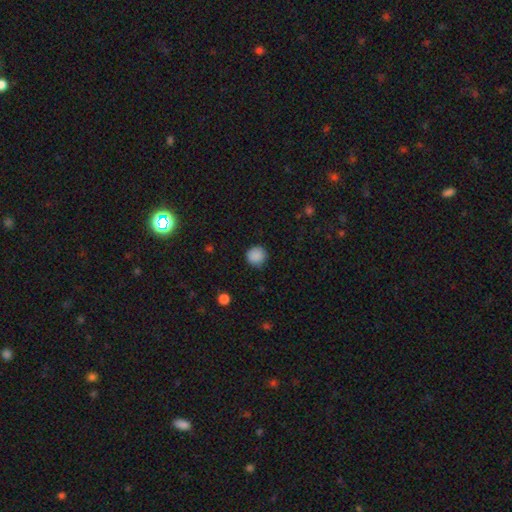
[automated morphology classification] Smooth or featured? smooth (88%)
How rounded? round (93%)
Merging? none (86%)